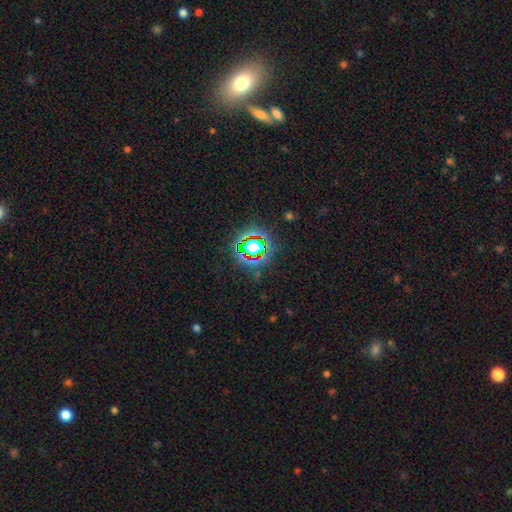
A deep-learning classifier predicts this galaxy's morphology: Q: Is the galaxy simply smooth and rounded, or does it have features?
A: star or artifact — 76%.